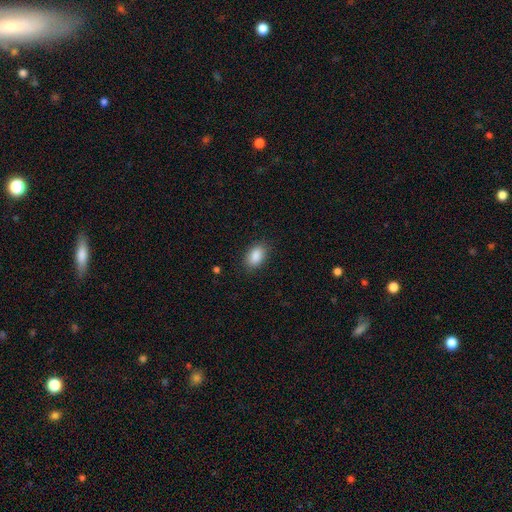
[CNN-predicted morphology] This appears to be a smooth galaxy with no disk features (89%) that is in between round and cigar-shaped (91%). Merging: none (85%).